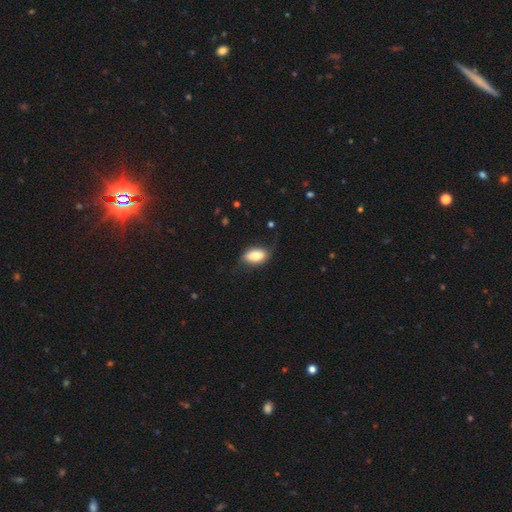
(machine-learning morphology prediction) Smooth or featured? Predicted: smooth (p=0.74). How rounded? Predicted: in between (p=0.90). Merging? Predicted: none (p=0.58).